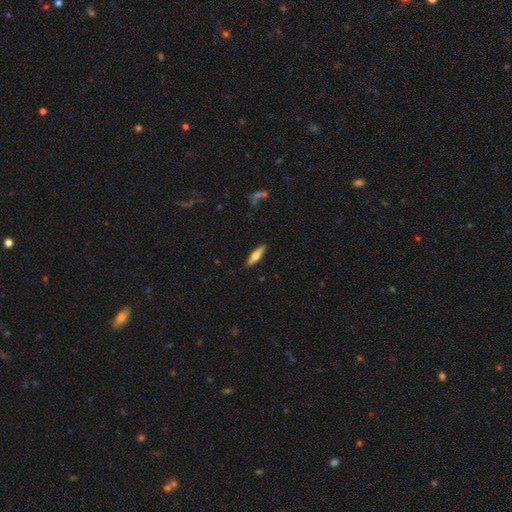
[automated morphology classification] The model was most divided on "smooth or featured": smooth: 60%, featured or disk: 34%, star or artifact: 6%. More confident: merging — none (88%); how rounded — cigar-shaped (68%).